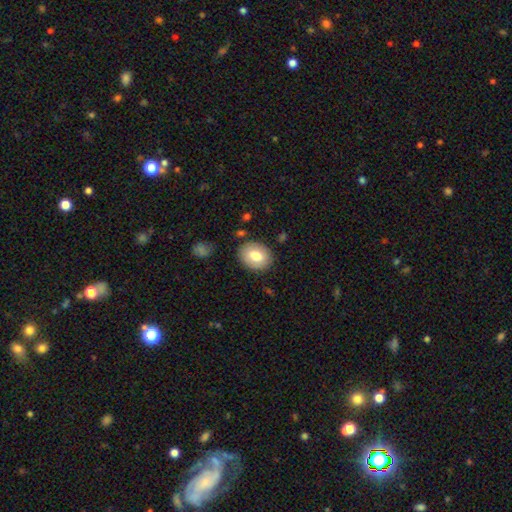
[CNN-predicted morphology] Smooth or featured? smooth (74%)
How rounded? in between (52%)
Merging? none (84%)